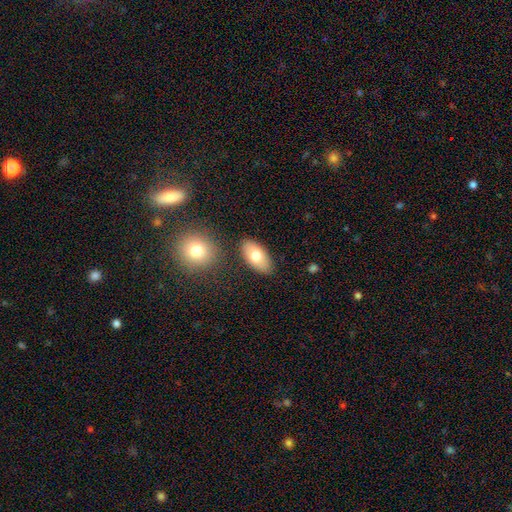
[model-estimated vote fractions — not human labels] Smooth or featured: smooth — 75% (featured or disk — 18%)
How rounded: in between — 93% (round — 4%)
Merging: none — 82% (minor disturbance — 10%)